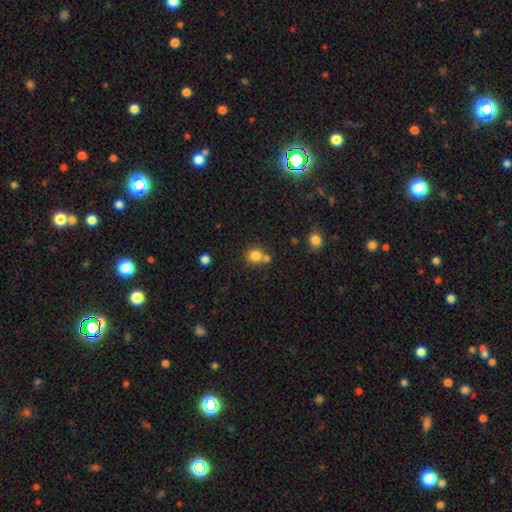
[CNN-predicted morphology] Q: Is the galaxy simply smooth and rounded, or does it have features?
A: smooth — 81%.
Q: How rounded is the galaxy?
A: round — 88%.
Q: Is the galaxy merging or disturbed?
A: none — 58%.